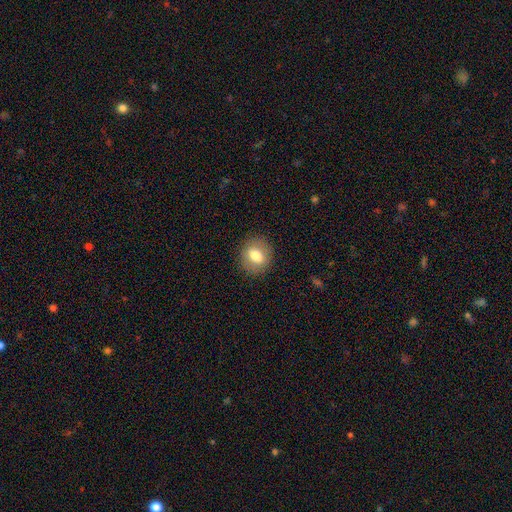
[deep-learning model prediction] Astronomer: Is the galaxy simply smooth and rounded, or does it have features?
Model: smooth — 75%.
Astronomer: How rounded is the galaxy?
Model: round — 66%.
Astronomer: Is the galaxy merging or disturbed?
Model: none — 88%.